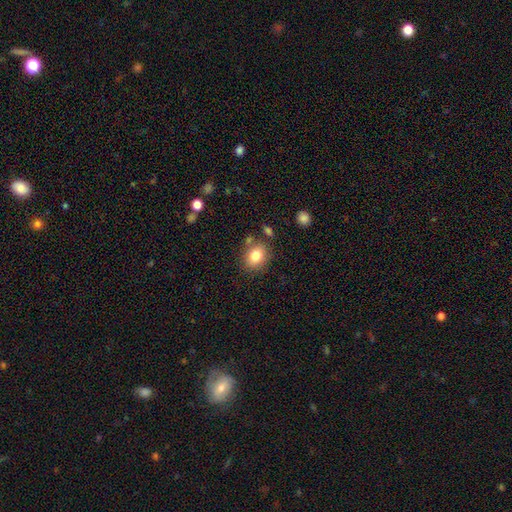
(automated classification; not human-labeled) The model was most divided on "how rounded": in between: 56%, round: 43%, cigar-shaped: 1%. More confident: smooth or featured — smooth (81%); merging — none (75%).